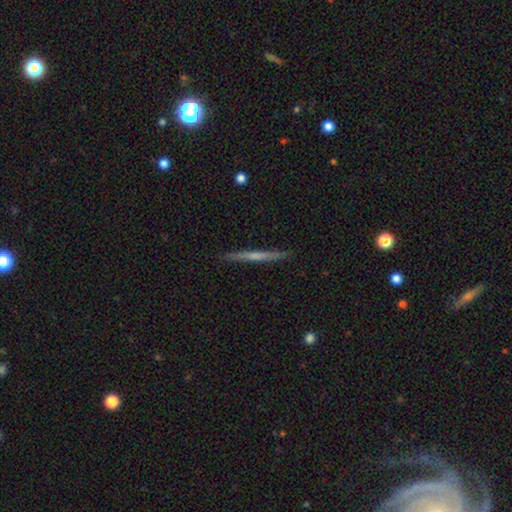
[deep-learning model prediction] Morphology: type=featured or disk (55%); edge-on=yes (98%); edge-on bulge=none (67%); merging=none (91%).